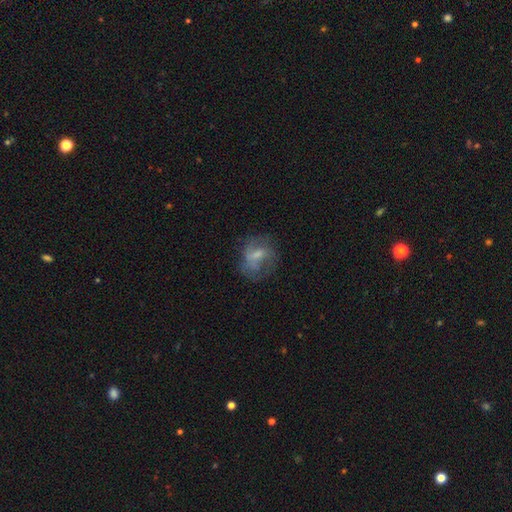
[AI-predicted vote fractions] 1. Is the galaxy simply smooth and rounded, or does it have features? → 48% featured or disk, 41% smooth, 10% star or artifact.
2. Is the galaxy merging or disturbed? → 48% none, 26% major disturbance, 23% minor disturbance, 3% merger.